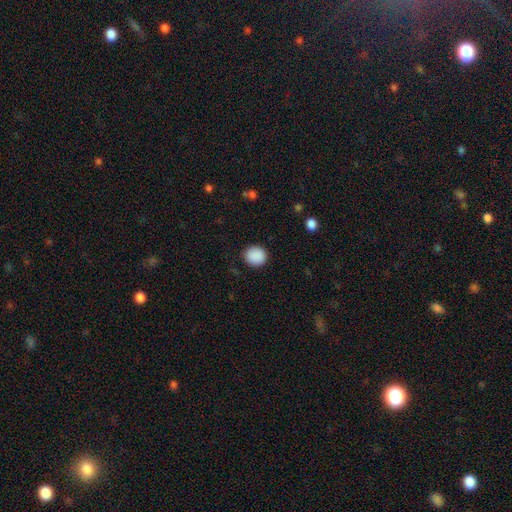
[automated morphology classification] type=smooth (90%); roundness=round (84%); merging=none (89%).